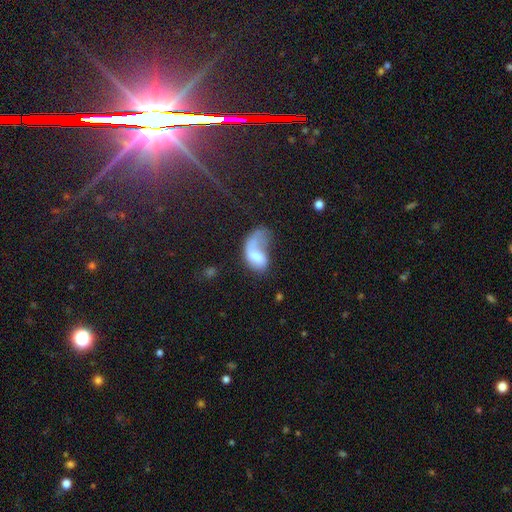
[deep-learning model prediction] This is possibly a smooth galaxy (53%). How rounded: clearly in between (89%). Merging: possibly major disturbance (53%).